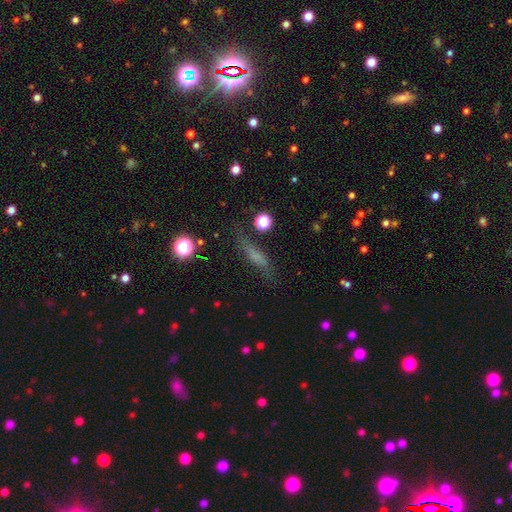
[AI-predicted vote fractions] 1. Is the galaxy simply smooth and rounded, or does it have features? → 51% smooth, 32% featured or disk, 17% star or artifact.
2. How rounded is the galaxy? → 73% cigar-shaped, 21% in between, 6% round.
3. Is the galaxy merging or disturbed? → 66% none, 20% minor disturbance, 10% major disturbance, 3% merger.